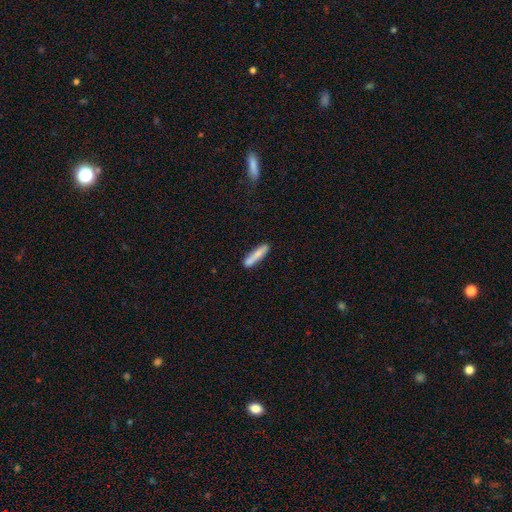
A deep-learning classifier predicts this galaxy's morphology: This appears to be a smooth galaxy with no disk features (79%) that is cigar-shaped (86%). Merging: none (74%).